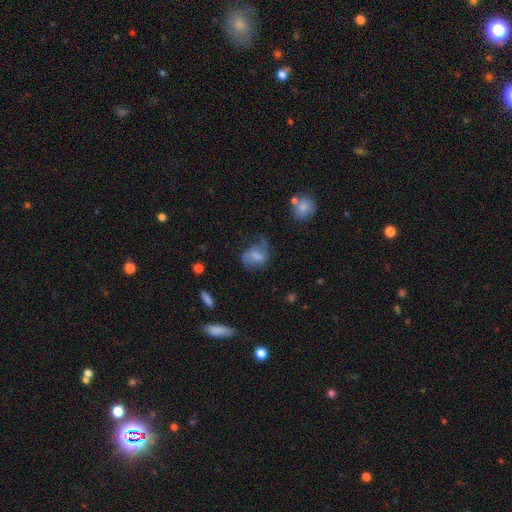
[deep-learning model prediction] This appears to be a smooth galaxy with no disk features (50%) that is in between round and cigar-shaped (64%). Merging: none (39%).